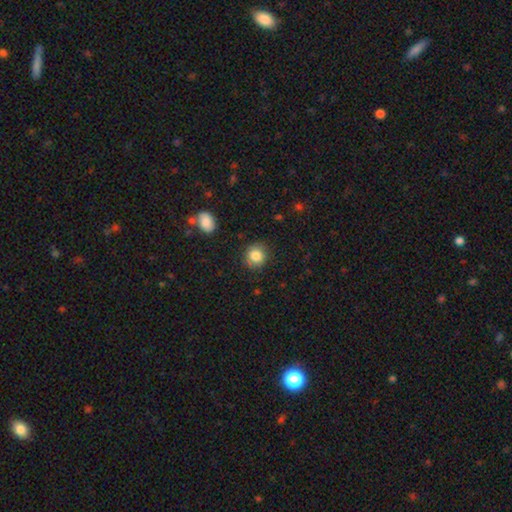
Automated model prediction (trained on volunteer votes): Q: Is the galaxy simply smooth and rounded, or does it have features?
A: smooth — 84%.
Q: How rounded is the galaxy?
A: round — 83%.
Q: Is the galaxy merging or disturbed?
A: none — 83%.